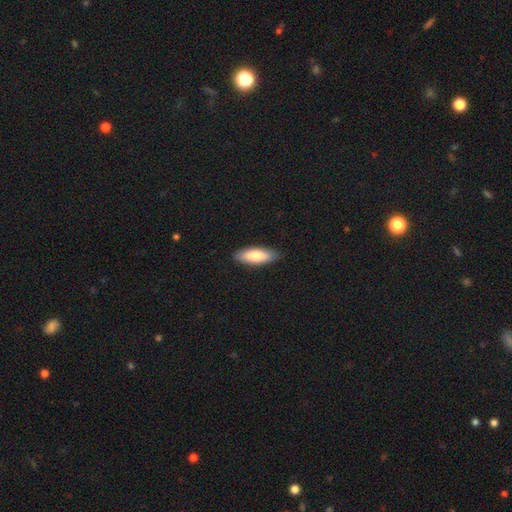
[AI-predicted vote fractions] A smooth galaxy with no disk features (79%) that is in between round and cigar-shaped (62%). Merging: none (87%).